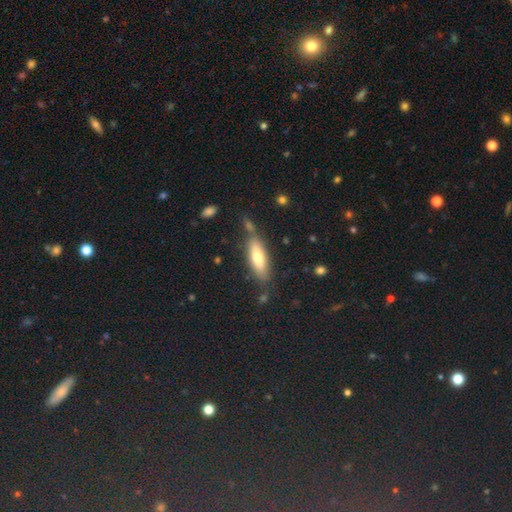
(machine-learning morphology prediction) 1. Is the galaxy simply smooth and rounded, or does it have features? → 46% smooth, 29% featured or disk, 25% star or artifact.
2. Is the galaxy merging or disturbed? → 78% none, 14% minor disturbance, 4% major disturbance, 4% merger.